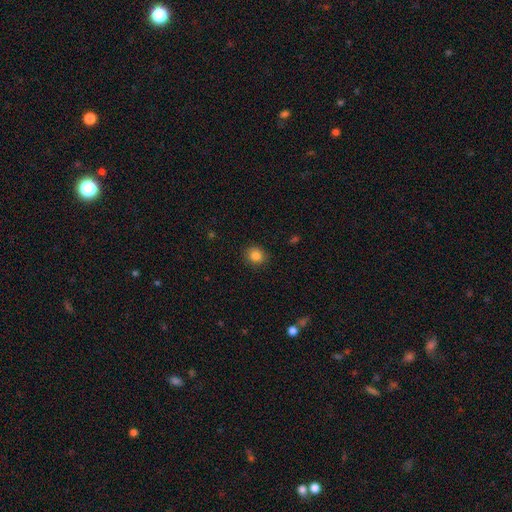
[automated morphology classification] A smooth galaxy with no disk features (84%) that is round (83%). Merging: none (89%).